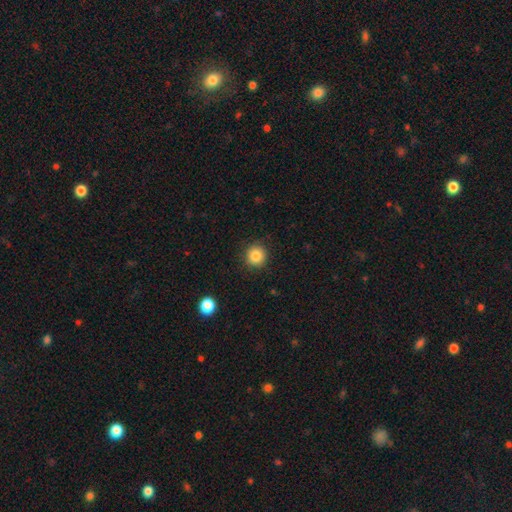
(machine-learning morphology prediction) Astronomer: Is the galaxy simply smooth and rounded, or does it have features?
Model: smooth — 85%.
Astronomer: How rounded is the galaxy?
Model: round — 92%.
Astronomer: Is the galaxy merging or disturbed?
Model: none — 89%.